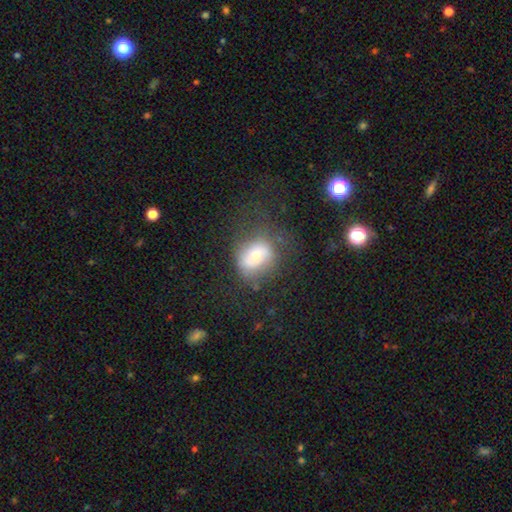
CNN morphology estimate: Smooth or featured: smooth — 55% (featured or disk — 33%)
How rounded: round — 52% (in between — 47%)
Merging: none — 53% (minor disturbance — 23%)